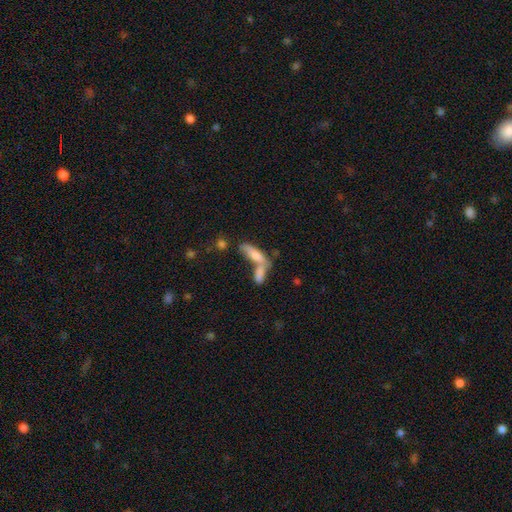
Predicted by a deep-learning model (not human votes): A smooth galaxy with no disk features (57%) that is cigar-shaped (54%). Merging: merger (56%).